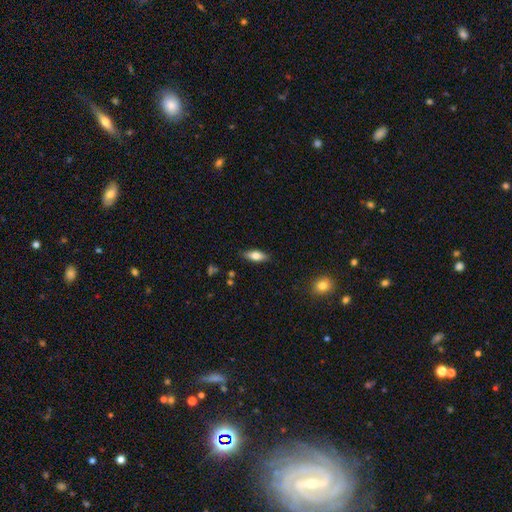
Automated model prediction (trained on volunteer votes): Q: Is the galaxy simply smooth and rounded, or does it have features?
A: smooth — 72%.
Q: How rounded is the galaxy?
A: in between — 75%.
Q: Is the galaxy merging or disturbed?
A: none — 85%.